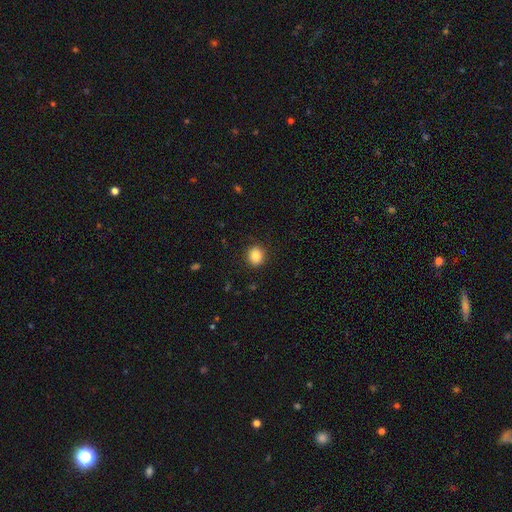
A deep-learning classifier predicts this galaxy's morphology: The model was most divided on "how rounded": round: 70%, in between: 29%, cigar-shaped: 1%. More confident: merging — none (90%); smooth or featured — smooth (86%).